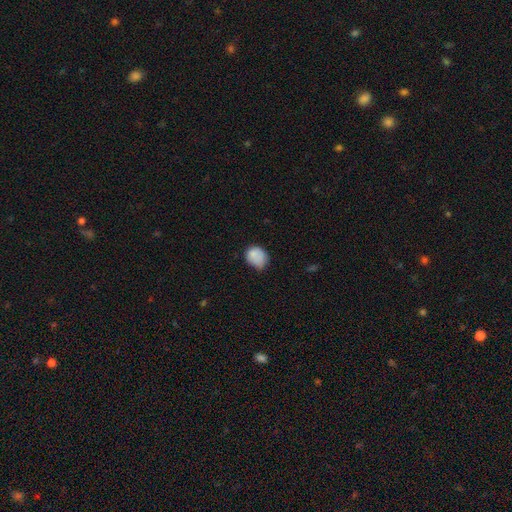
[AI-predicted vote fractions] Smooth or featured: smooth — 82% (star or artifact — 9%)
How rounded: round — 54% (in between — 45%)
Merging: none — 46% (minor disturbance — 39%)